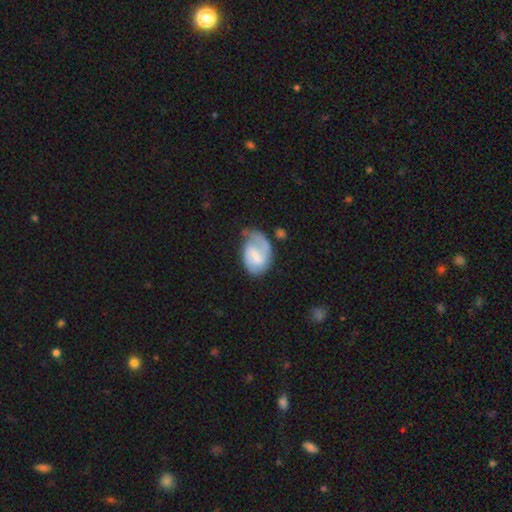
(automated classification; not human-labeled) A featured or disk galaxy (64%) with a weak bar (56%), 2 (65%) medium (46%) spiral arms (85%) and a small central bulge (43%). Merging: none (44%).